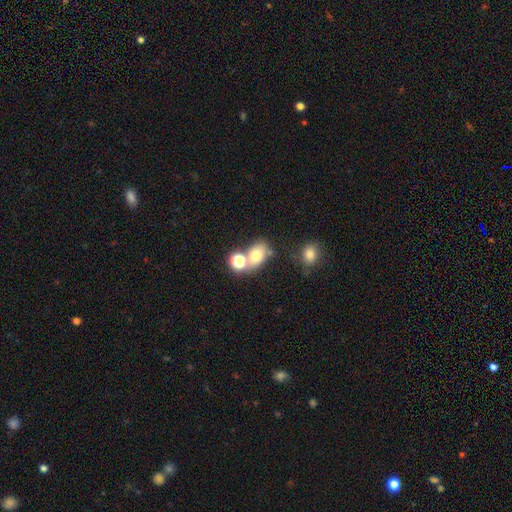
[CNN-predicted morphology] Q: Smooth or featured?
A: smooth (69%); runner-up: featured or disk (16%)
Q: How rounded?
A: in between (61%); runner-up: round (37%)
Q: Merging?
A: none (44%); runner-up: merger (38%)